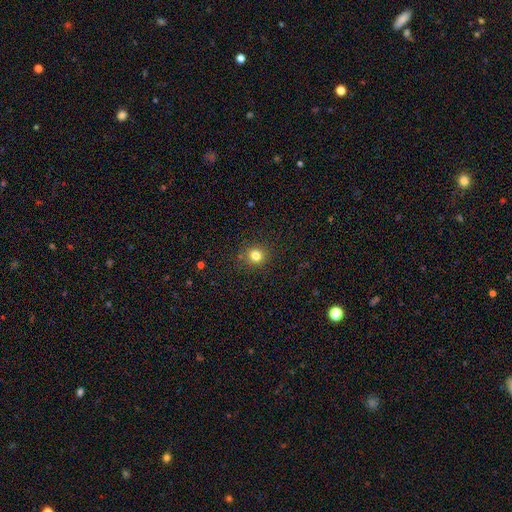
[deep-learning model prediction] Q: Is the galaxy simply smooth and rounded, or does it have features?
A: smooth — 80%.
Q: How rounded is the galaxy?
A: round — 88%.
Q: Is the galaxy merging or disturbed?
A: none — 88%.